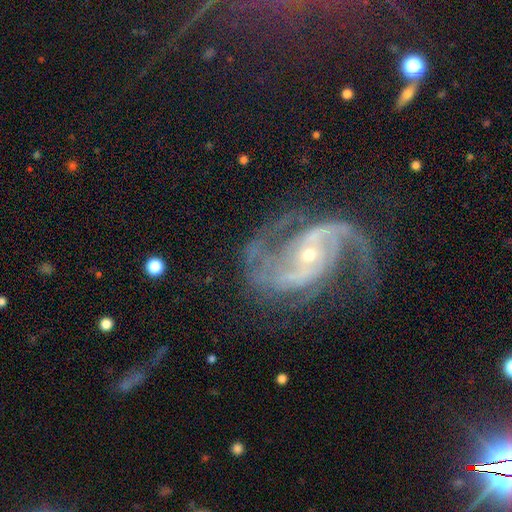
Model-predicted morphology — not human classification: A featured or disk galaxy (91%) with no bar (49%), 2 (79%) medium (51%) spiral arms (98%) and a small central bulge (68%). Merging: none (64%).